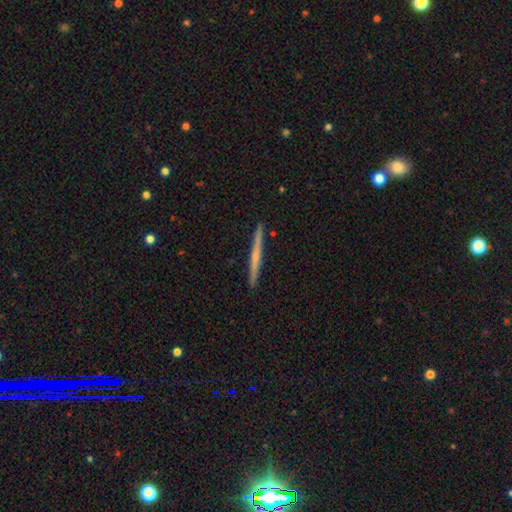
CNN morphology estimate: A featured or disk galaxy (63%) viewed edge-on (98%) with no central bulge (51%).

Vote fractions:
- Smooth or featured? featured or disk: 63% / smooth: 31% / star or artifact: 6%
- Edge-on disk? yes: 98% / no: 2%
- Edge-on bulge? none: 51% / rounded: 43% / boxy: 6%
- Merging? none: 93% / minor disturbance: 5% / major disturbance: 1% / merger: 1%